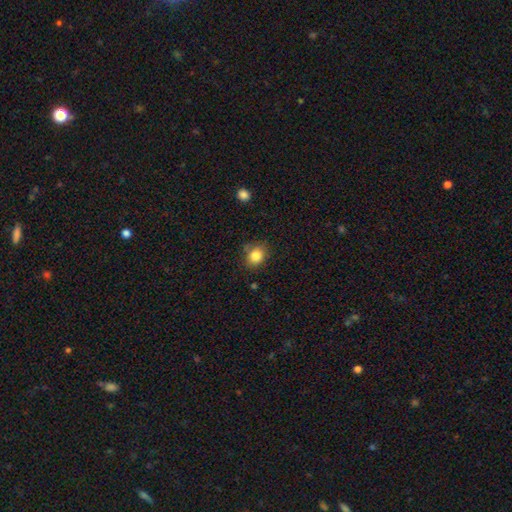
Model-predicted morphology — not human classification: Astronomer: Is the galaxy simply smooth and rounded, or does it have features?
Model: smooth — 84%.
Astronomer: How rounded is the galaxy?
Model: round — 62% (runner-up: in between, 37%).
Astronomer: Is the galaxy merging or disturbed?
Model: none — 75%.